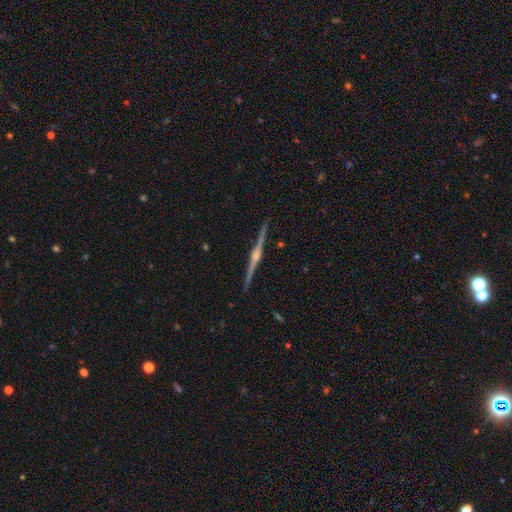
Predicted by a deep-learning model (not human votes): Smooth or featured? featured or disk (84%)
Edge-on disk? yes (98%)
Edge-on bulge? rounded (83%)
Merging? none (91%)